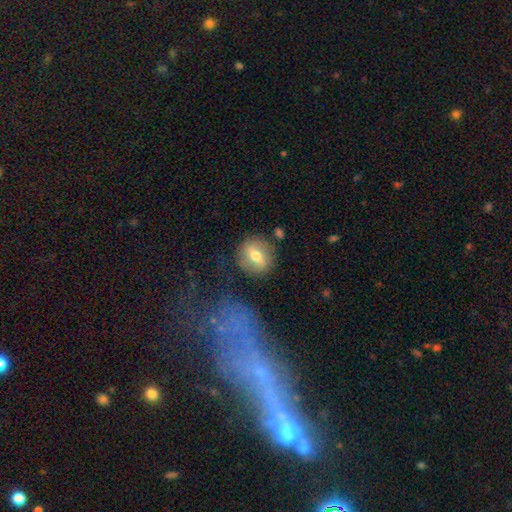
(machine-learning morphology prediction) Q: Smooth or featured?
A: smooth (56%); runner-up: featured or disk (36%)
Q: How rounded?
A: round (80%); runner-up: in between (19%)
Q: Merging?
A: none (82%); runner-up: minor disturbance (10%)